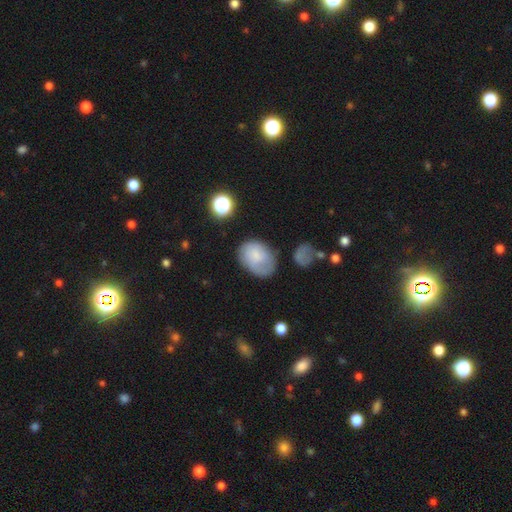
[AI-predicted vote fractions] smooth 69%, featured or disk 21%, star or artifact 9%. Down the decision tree: how rounded — in between (73%); merging — none (58%).